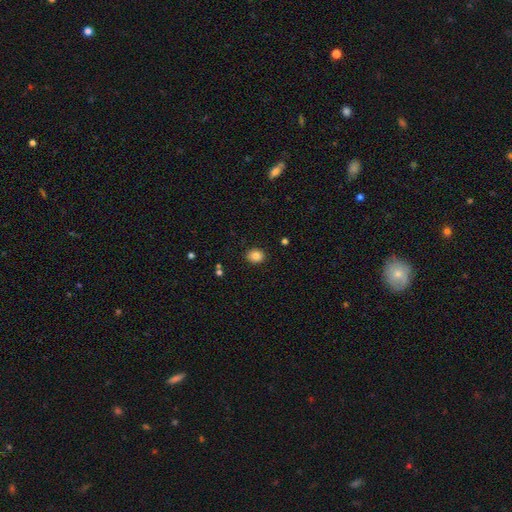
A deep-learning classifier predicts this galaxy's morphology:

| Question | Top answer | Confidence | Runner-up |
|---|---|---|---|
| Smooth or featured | smooth | 86% | star or artifact (9%) |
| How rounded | round | 52% | in between (47%) |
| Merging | none | 89% | minor disturbance (8%) |